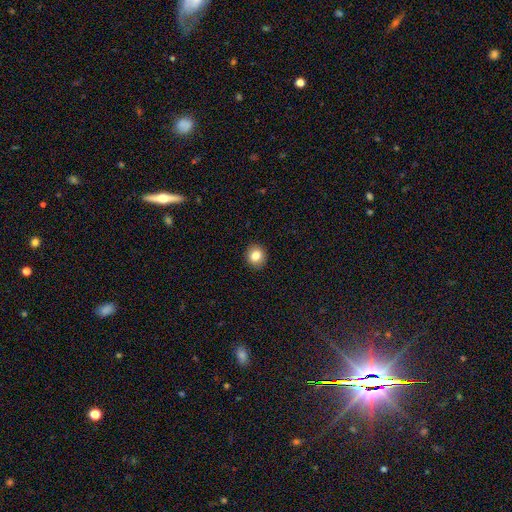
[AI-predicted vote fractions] smooth 83%, star or artifact 10%, featured or disk 7%. Down the decision tree: how rounded — round (83%); merging — none (92%).